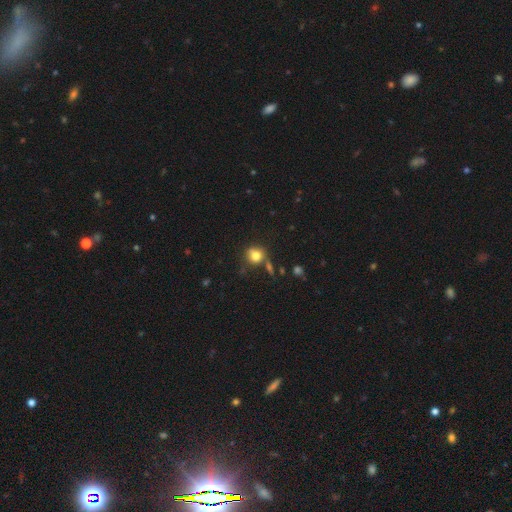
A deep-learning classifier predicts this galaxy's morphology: A smooth galaxy with no disk features (77%) that is round (80%).

Vote fractions:
- Smooth or featured? smooth: 77% / star or artifact: 12% / featured or disk: 10%
- How rounded? round: 80% / in between: 19% / cigar-shaped: 1%
- Merging? none: 62% / minor disturbance: 18% / merger: 14% / major disturbance: 6%